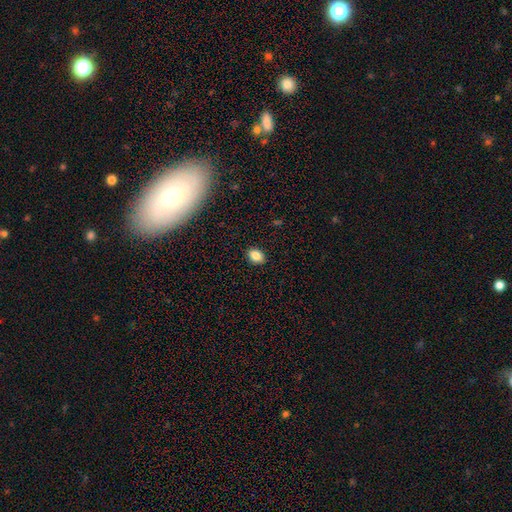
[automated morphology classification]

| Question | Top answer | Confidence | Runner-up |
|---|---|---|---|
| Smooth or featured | smooth | 84% | star or artifact (10%) |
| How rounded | in between | 72% | round (27%) |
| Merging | none | 90% | minor disturbance (7%) |